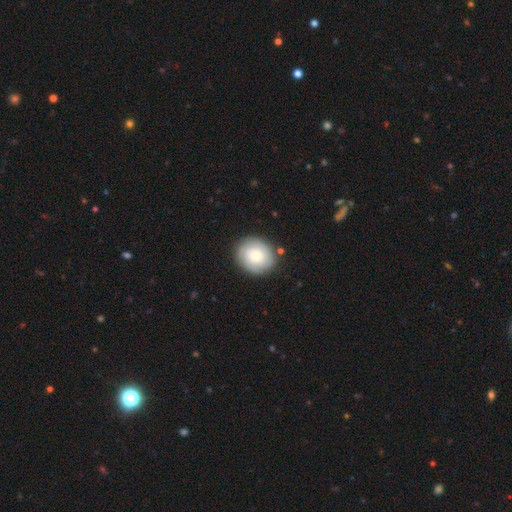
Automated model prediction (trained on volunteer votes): Overall: smooth (65%; featured or disk 28%). How rounded: round (70%). Merging: none (83%).